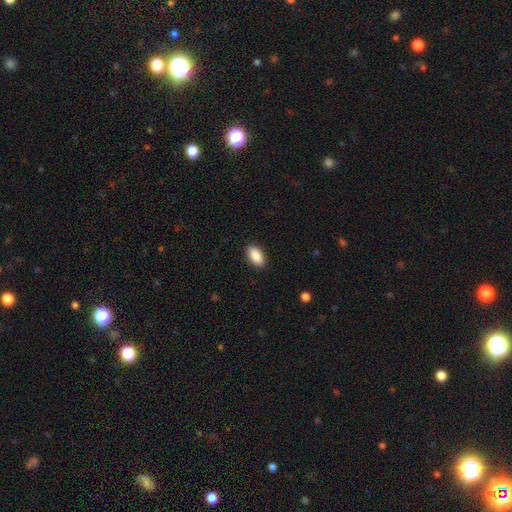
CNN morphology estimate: Overall: smooth (90%). How rounded: in between (93%). Merging: none (89%).